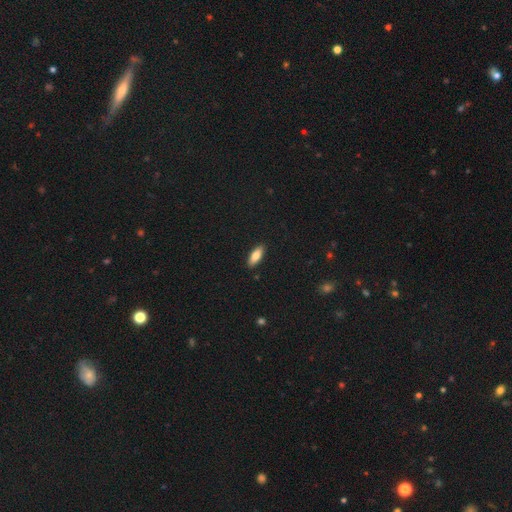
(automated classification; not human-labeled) Smooth or featured?
  - smooth: 79% *
  - featured or disk: 14%
  - star or artifact: 6%
How rounded?
  - in between: 72% *
  - cigar-shaped: 26%
  - round: 2%
Merging?
  - none: 89% *
  - minor disturbance: 8%
  - major disturbance: 2%
  - merger: 1%